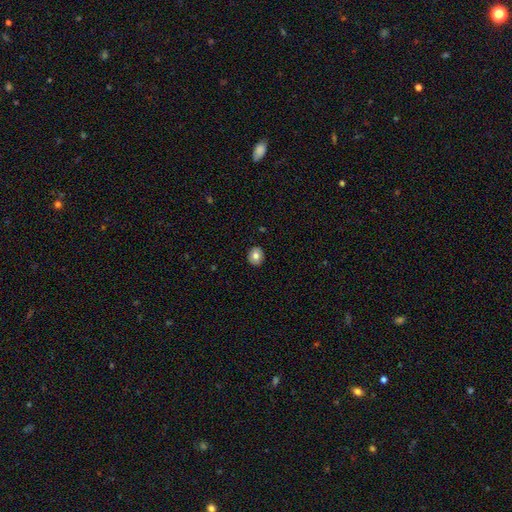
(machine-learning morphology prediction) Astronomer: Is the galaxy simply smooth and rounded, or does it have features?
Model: smooth — 75%.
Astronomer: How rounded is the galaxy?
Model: round — 77%.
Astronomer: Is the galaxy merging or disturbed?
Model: none — 90%.